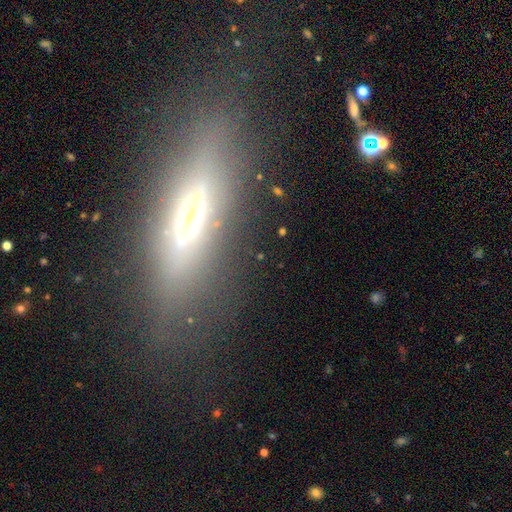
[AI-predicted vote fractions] smooth-or-featured: featured or disk: 45% | smooth: 42% | star or artifact: 14%
  merging: none: 76% | minor disturbance: 14% | major disturbance: 8% | merger: 2%